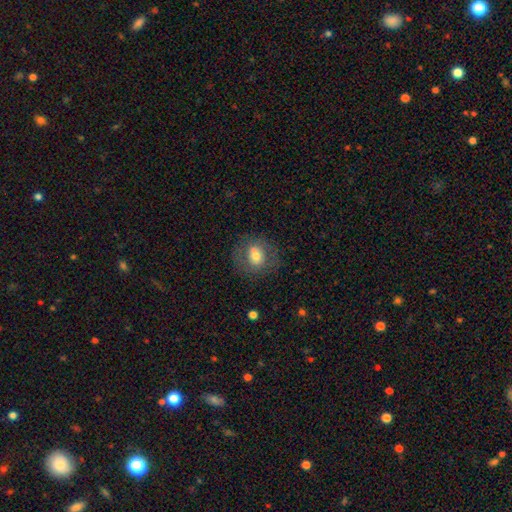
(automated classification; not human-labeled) A smooth galaxy with no disk features (61%) that is round (70%). Merging: none (68%).